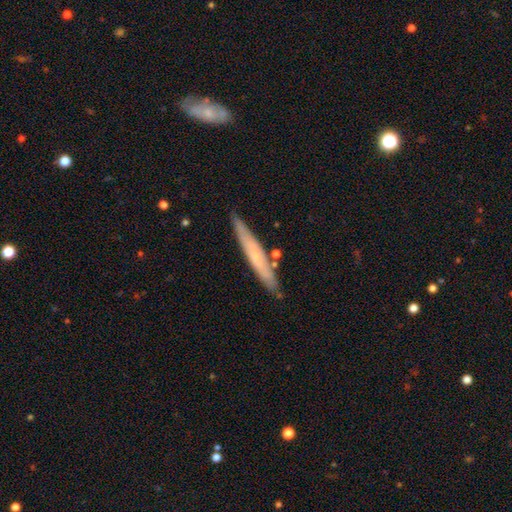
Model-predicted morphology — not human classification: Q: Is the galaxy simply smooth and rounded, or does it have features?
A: smooth — 49%.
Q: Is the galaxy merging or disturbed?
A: none — 83%.